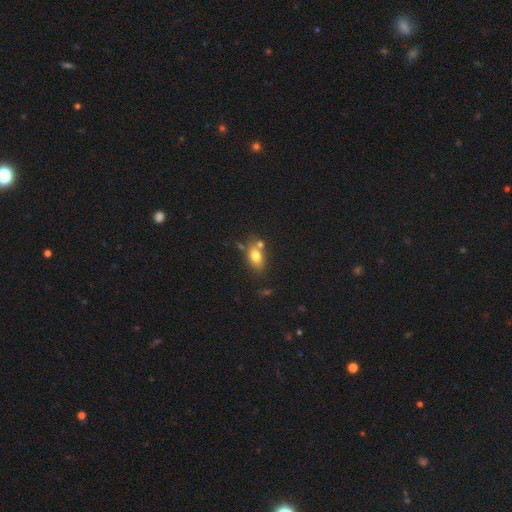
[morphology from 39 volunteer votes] A smooth galaxy with no disk features (82%) that is in between round and cigar-shaped (88%). Merging: none (63%).